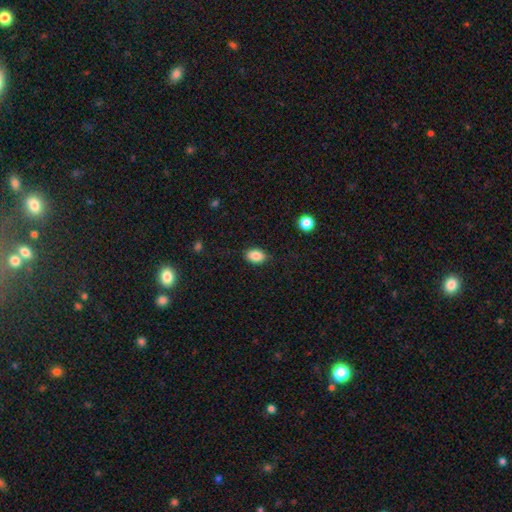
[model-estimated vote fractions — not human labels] Smooth or featured? smooth (86%)
How rounded? in between (79%)
Merging? none (85%)